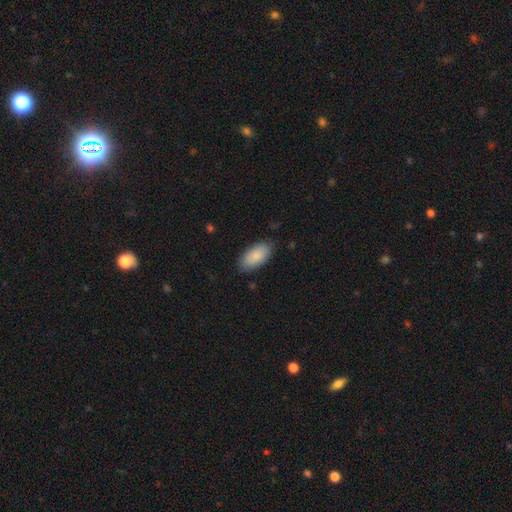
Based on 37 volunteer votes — Q: Smooth or featured?
A: smooth (84%); runner-up: featured or disk (11%)
Q: How rounded?
A: in between (97%); runner-up: round (3%)
Q: Merging?
A: none (80%); runner-up: minor disturbance (11%)